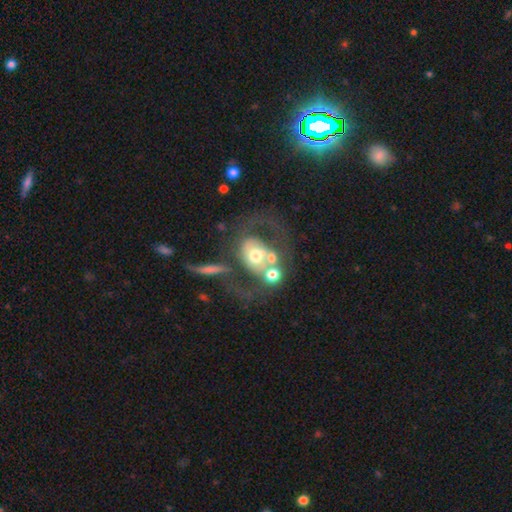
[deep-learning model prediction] The model was most divided on "merging": merger: 33%, none: 27%, major disturbance: 27%, minor disturbance: 13%. More confident: edge-on disk — no (94%); bar — no (74%); bulge size — moderate (57%); spiral arms — no (56%); smooth or featured — featured or disk (56%).